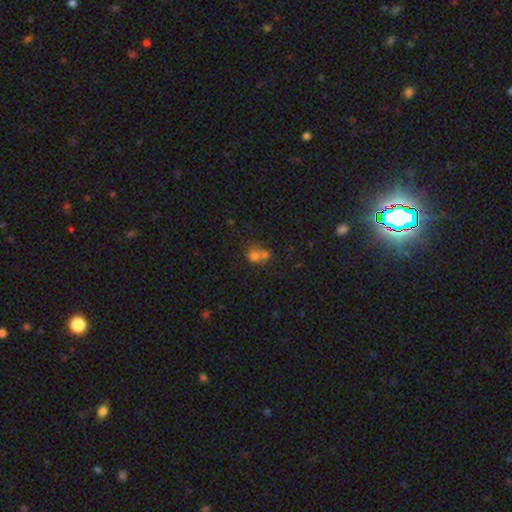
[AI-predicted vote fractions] The model was most divided on "merging": merger: 57%, none: 31%, minor disturbance: 8%, major disturbance: 4%. More confident: how rounded — round (73%); smooth or featured — smooth (67%).